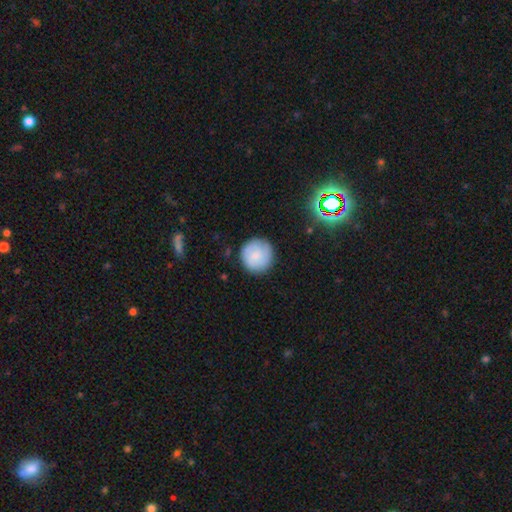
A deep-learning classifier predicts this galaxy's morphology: Overall: smooth (54%; featured or disk 38%). How rounded: round (94%). Merging: none (85%).